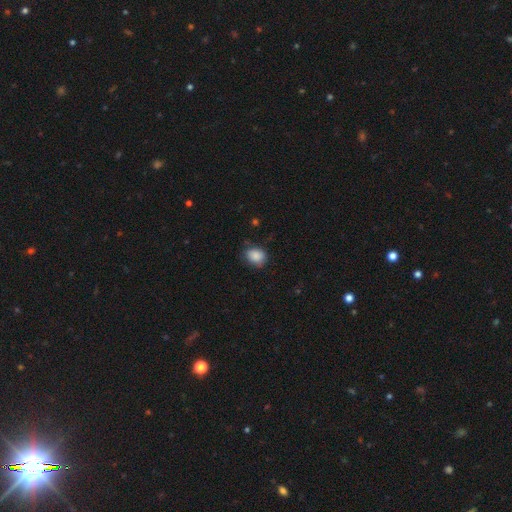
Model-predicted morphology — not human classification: type=smooth (86%); roundness=in between (58%); merging=none (67%).